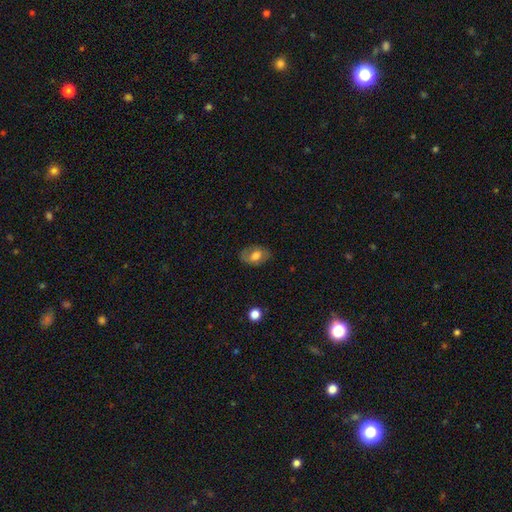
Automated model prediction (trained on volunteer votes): A smooth galaxy with no disk features (56%) that is in between round and cigar-shaped (82%). Merging: none (74%).